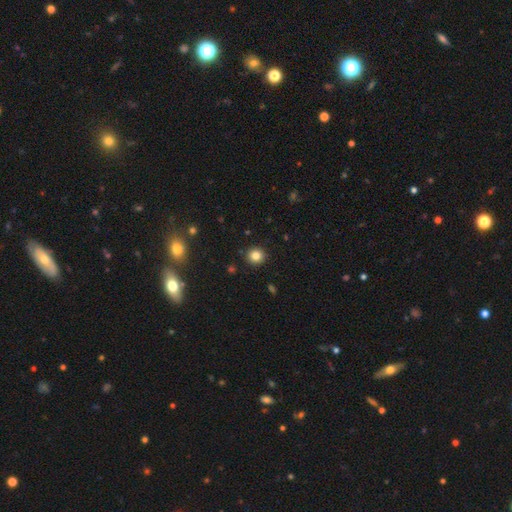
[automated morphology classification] smooth_or_featured: smooth (p=0.82) [alt: star or artifact p=0.12]
how_rounded: round (p=0.92) [alt: in between p=0.07]
merging: none (p=0.92) [alt: minor disturbance p=0.05]